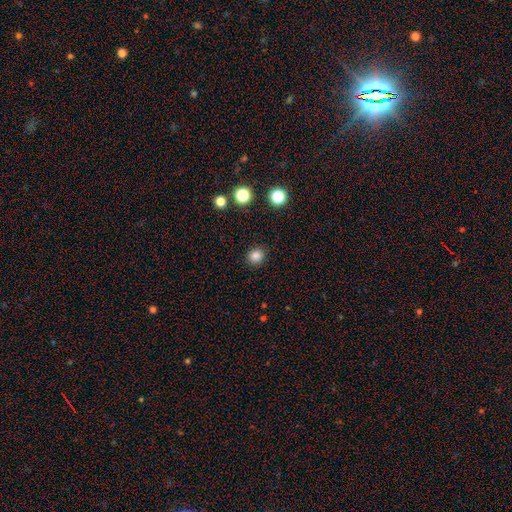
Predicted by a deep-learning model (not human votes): Overall: smooth (84%). How rounded: round (82%). Merging: none (89%).